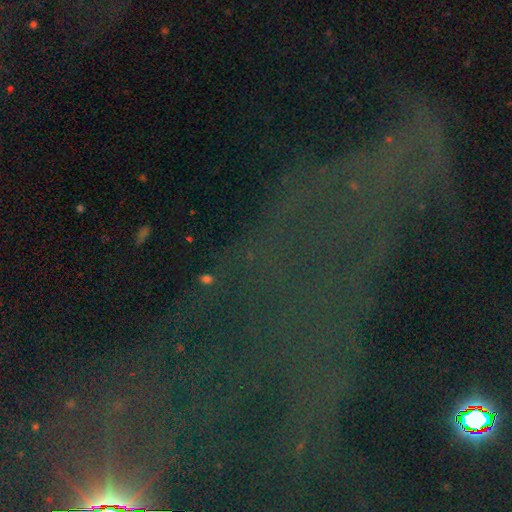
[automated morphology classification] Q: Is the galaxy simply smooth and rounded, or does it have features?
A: star or artifact — 77%.